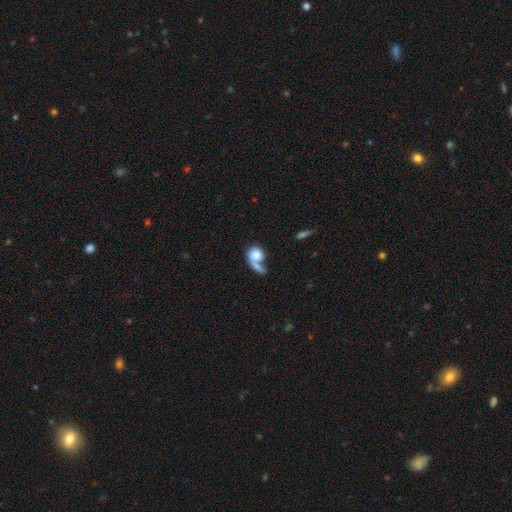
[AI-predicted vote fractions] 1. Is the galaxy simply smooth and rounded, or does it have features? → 71% smooth, 21% featured or disk, 8% star or artifact.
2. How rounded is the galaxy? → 58% round, 39% in between, 3% cigar-shaped.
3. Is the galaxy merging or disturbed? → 50% merger, 24% none, 16% major disturbance, 10% minor disturbance.